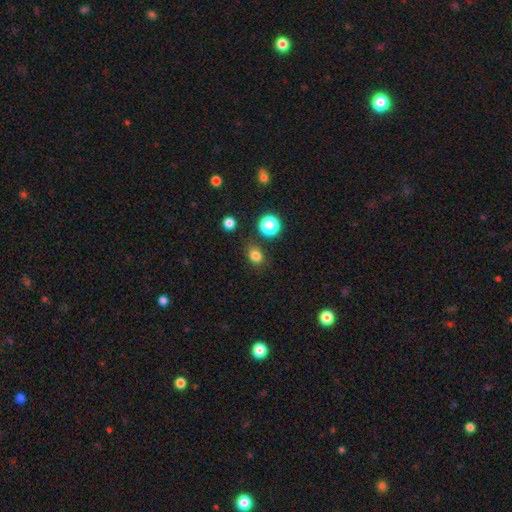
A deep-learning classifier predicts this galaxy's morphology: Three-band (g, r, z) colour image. It shows a smooth galaxy with no disk features (79%) that is round (58%). Merging: none (80%).